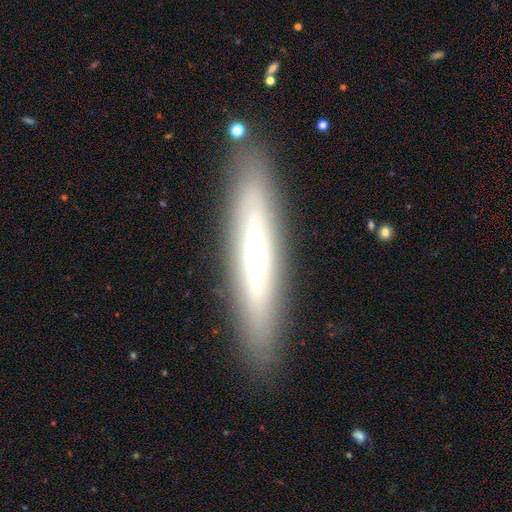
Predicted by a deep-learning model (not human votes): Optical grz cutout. It shows a featured or disk galaxy (53%) viewed edge-on (80%). Merging: none (88%).